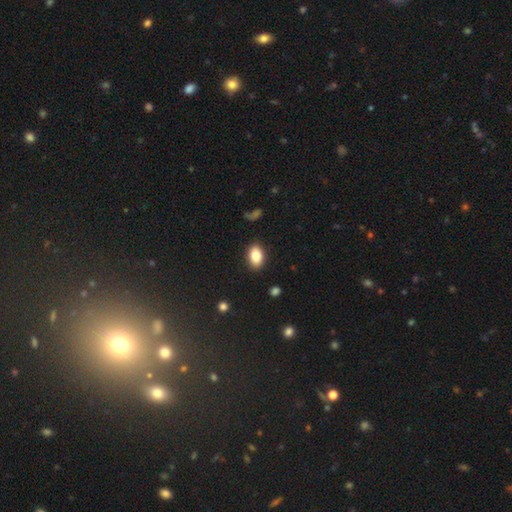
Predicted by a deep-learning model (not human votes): Smooth or featured? smooth (83%)
How rounded? in between (87%)
Merging? none (88%)